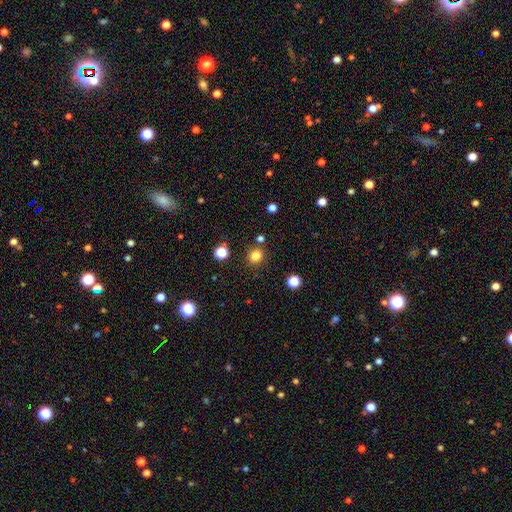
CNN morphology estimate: type=smooth (81%); roundness=round (89%); merging=none (85%).